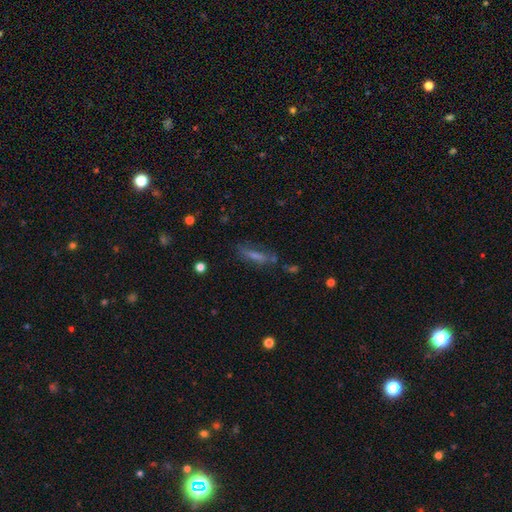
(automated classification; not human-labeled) smooth 44%, featured or disk 36%, star or artifact 20%. Down the decision tree: merging — none (63%).